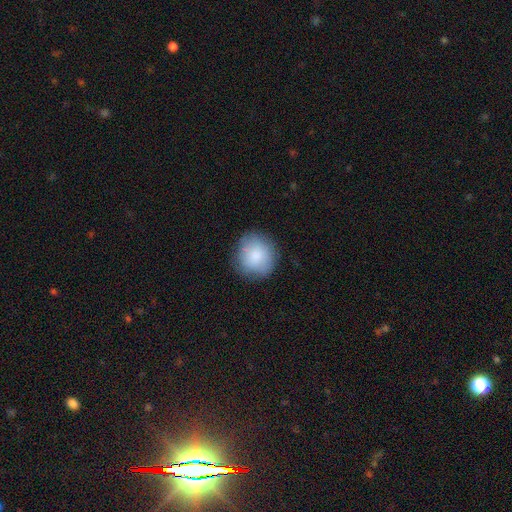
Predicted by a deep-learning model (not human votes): This appears to be a smooth galaxy with no disk features (85%) that is round (86%). Merging: none (82%).